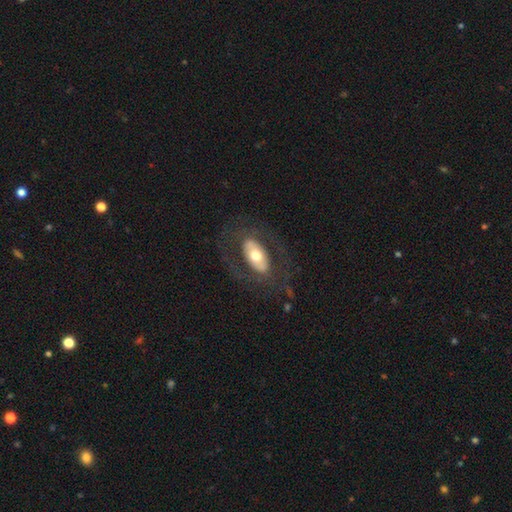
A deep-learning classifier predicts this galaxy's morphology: smooth-or-featured: featured or disk: 49% | smooth: 45% | star or artifact: 6%
  merging: none: 73% | major disturbance: 13% | minor disturbance: 13% | merger: 1%